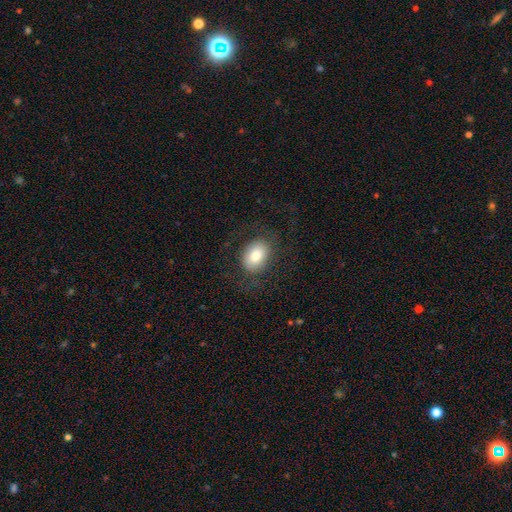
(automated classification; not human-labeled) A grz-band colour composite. It shows a smooth galaxy with no disk features (78%) that is in between round and cigar-shaped (70%). Merging: none (77%).